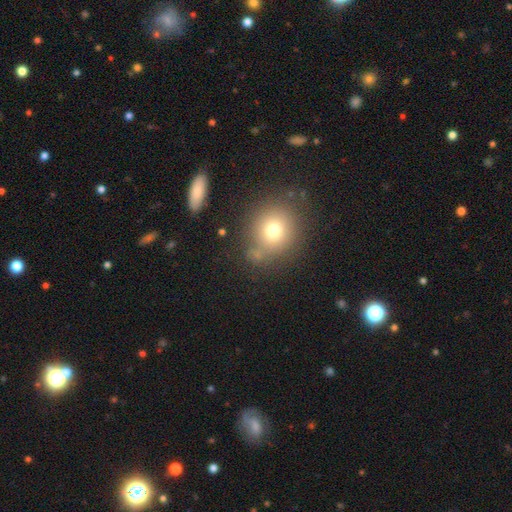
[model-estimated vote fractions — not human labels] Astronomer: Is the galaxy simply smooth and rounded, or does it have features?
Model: smooth — 67%.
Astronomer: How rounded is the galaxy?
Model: round — 81%.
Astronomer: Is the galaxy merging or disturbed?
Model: none — 75%.